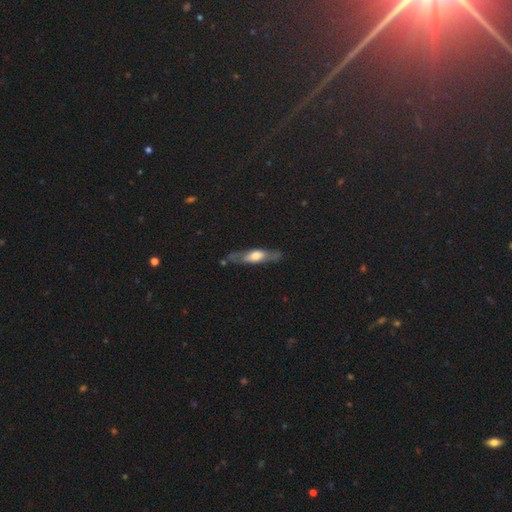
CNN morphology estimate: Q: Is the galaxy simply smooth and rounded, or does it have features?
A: featured or disk — 58%.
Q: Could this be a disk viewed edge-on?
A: yes — 69%.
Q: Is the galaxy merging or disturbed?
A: none — 72%.